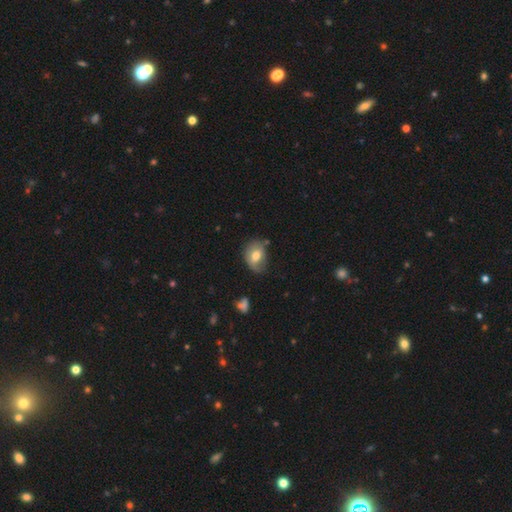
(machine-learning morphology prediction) Q: Smooth or featured?
A: smooth (68%); runner-up: featured or disk (24%)
Q: How rounded?
A: in between (63%); runner-up: round (36%)
Q: Merging?
A: none (51%); runner-up: minor disturbance (35%)